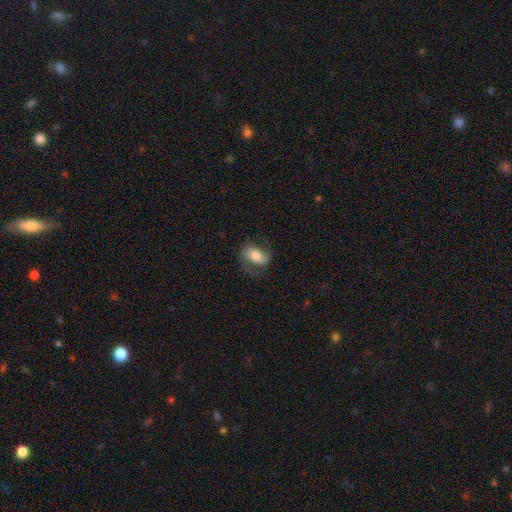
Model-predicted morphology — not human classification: A smooth galaxy with no disk features (50%).

Vote fractions:
- Smooth or featured? smooth: 50% / featured or disk: 42% / star or artifact: 8%
- Merging? none: 63% / minor disturbance: 21% / major disturbance: 15% / merger: 1%